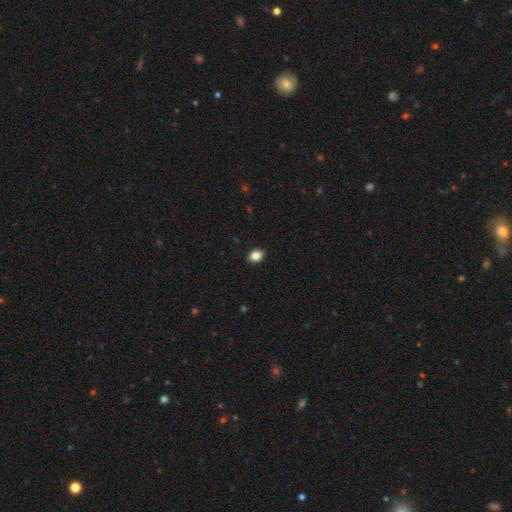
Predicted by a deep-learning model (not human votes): smooth 85%, star or artifact 9%, featured or disk 5%. Down the decision tree: how rounded — in between (64%); merging — none (90%).